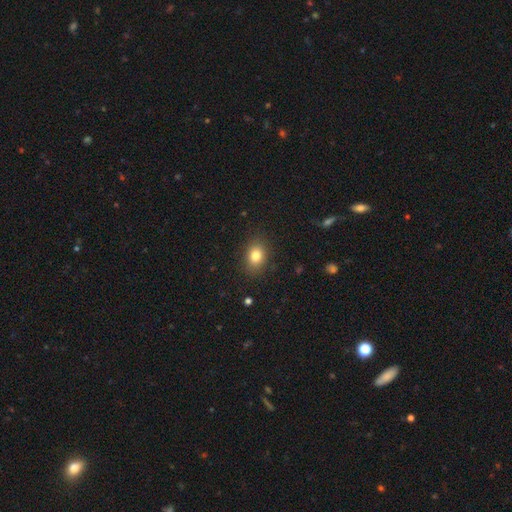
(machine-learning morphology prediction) The model was most divided on "how rounded": in between: 60%, round: 39%, cigar-shaped: 1%. More confident: merging — none (86%); smooth or featured — smooth (81%).